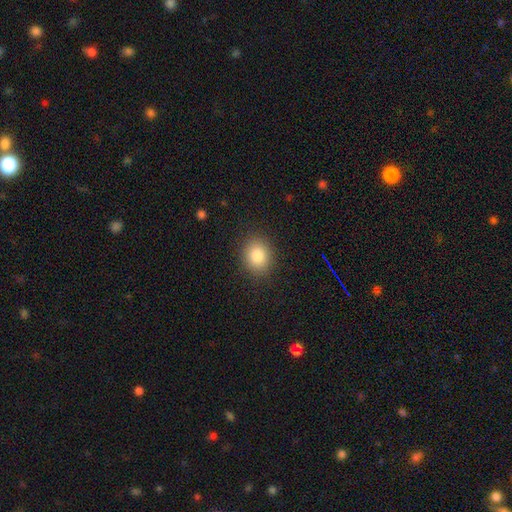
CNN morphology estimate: This appears to be a smooth galaxy with no disk features (85%) that is round (63%). Merging: none (89%).